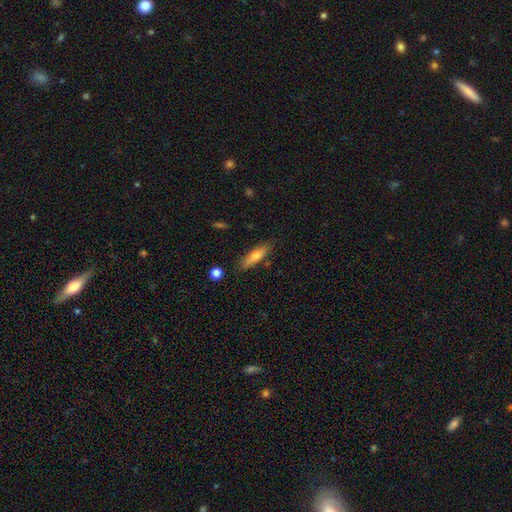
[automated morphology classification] Overall: smooth (67%). How rounded: cigar-shaped (67%; in between 31%). Merging: none (81%).